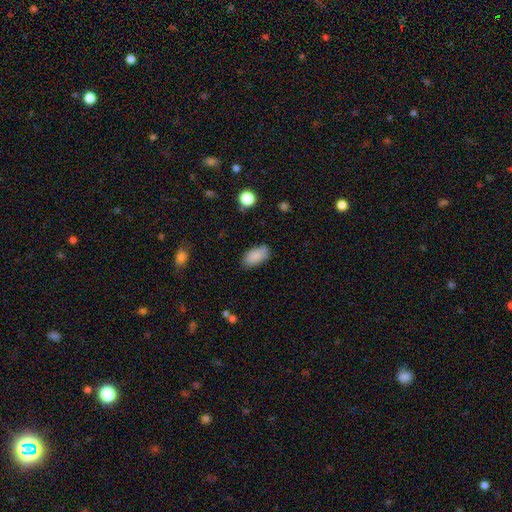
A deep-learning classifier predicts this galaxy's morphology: This appears to be a smooth galaxy with no disk features (86%) that is in between round and cigar-shaped (93%). Merging: none (75%).